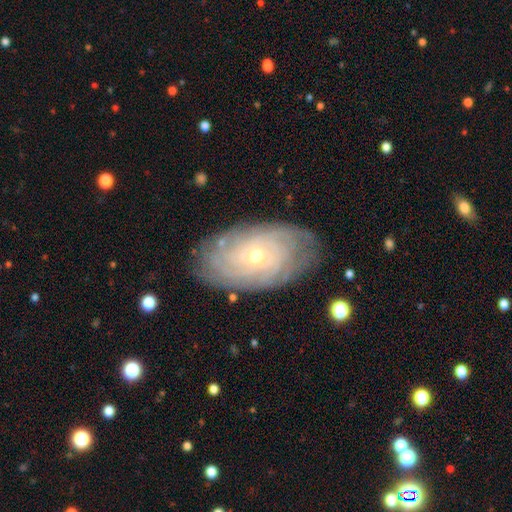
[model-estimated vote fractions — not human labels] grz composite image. It shows a featured or disk galaxy (79%) with no bar (78%), tight (82%) spiral arms (93%) and a small central bulge (67%). Merging: none (80%).